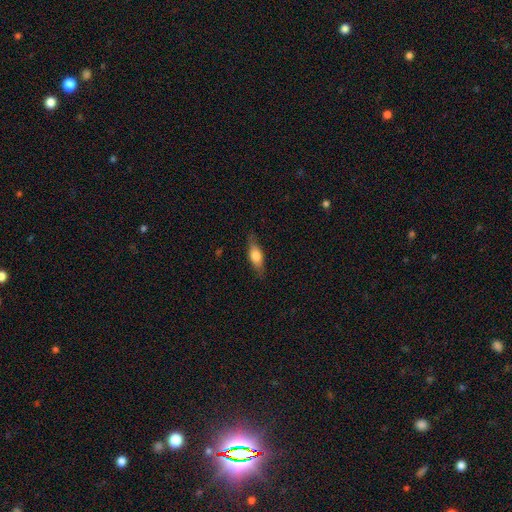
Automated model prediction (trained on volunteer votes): smooth-or-featured: smooth: 64% | featured or disk: 29% | star or artifact: 7%
  how-rounded: in between: 68% | cigar-shaped: 28% | round: 4%
  merging: none: 78% | minor disturbance: 17% | major disturbance: 4% | merger: 1%